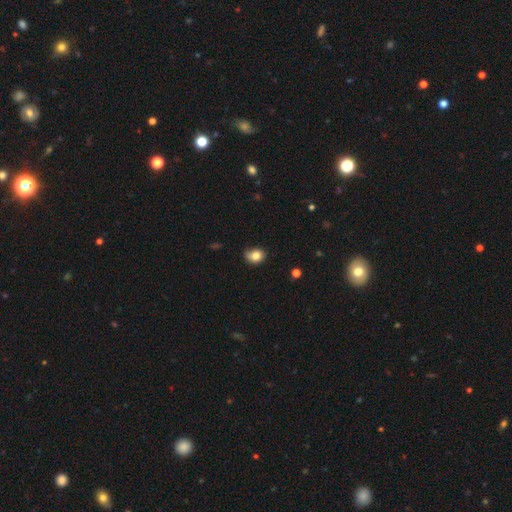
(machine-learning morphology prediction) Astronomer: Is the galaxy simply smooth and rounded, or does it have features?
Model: smooth — 81%.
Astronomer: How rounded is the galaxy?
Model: in between — 51% (runner-up: round, 48%).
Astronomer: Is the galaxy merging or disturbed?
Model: none — 57% (runner-up: minor disturbance, 34%).